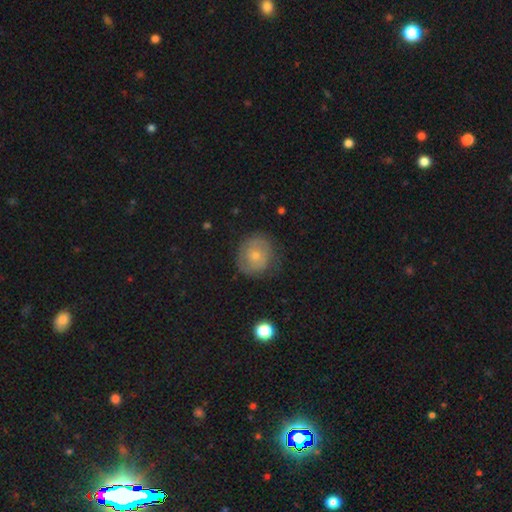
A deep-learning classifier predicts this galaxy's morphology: Overall: featured or disk (48%; smooth 41%). Merging: none (77%).